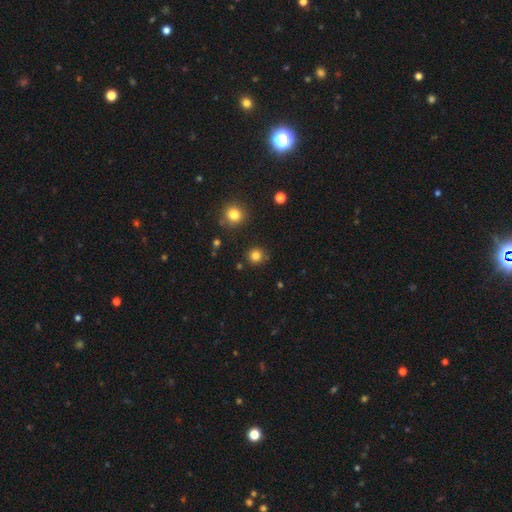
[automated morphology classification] Smooth or featured? Predicted: smooth (p=0.82). How rounded? Predicted: round (p=0.92). Merging? Predicted: none (p=0.88).